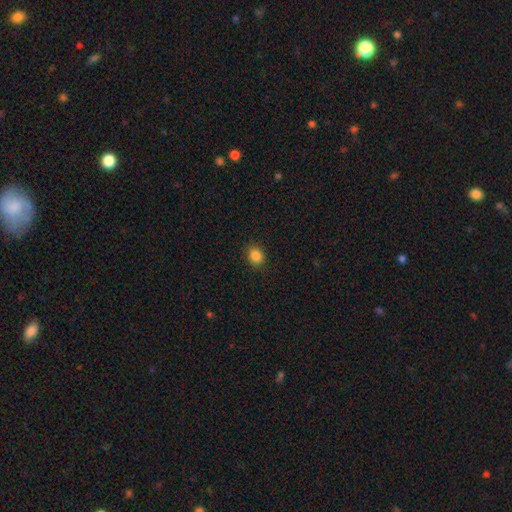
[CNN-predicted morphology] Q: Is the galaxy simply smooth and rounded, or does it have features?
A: smooth — 85%.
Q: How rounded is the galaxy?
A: round — 65%.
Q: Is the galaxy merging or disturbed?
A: none — 90%.